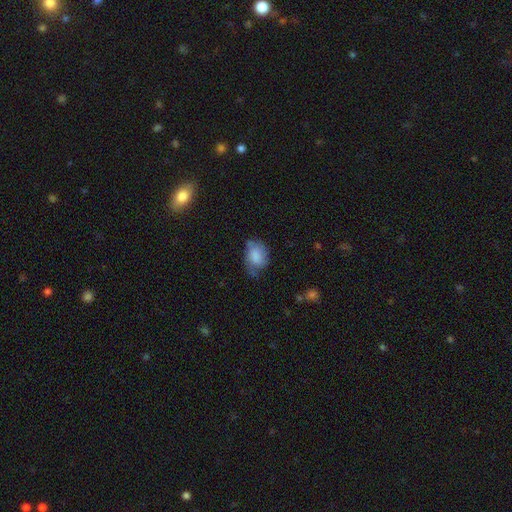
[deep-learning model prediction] smooth-or-featured: smooth: 74% | featured or disk: 19% | star or artifact: 8%
  how-rounded: in between: 71% | round: 28% | cigar-shaped: 1%
  merging: none: 43% | minor disturbance: 37% | major disturbance: 16% | merger: 4%